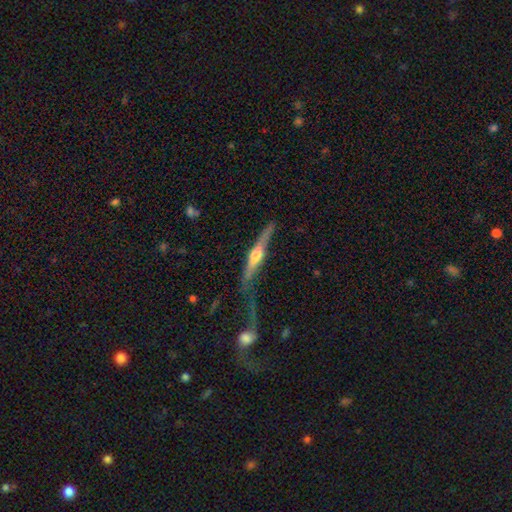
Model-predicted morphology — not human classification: A featured or disk galaxy (69%) viewed edge-on (93%) with a rounded central bulge (88%).

Vote fractions:
- Smooth or featured? featured or disk: 69% / smooth: 25% / star or artifact: 6%
- Edge-on disk? yes: 93% / no: 7%
- Edge-on bulge? rounded: 88% / boxy: 7% / none: 5%
- Merging? none: 50% / minor disturbance: 24% / major disturbance: 17% / merger: 9%